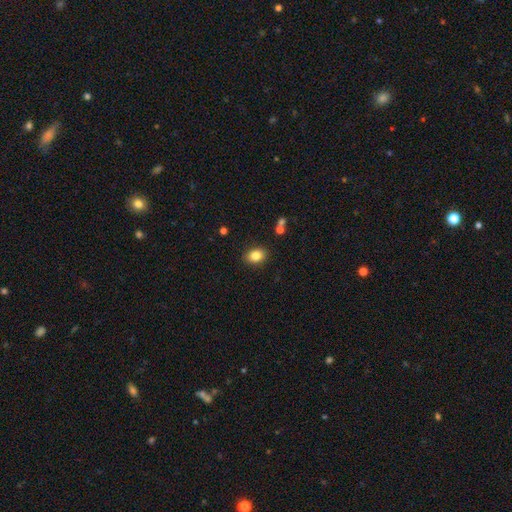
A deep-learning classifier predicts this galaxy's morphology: type=smooth (84%); roundness=in between (61%); merging=none (87%).